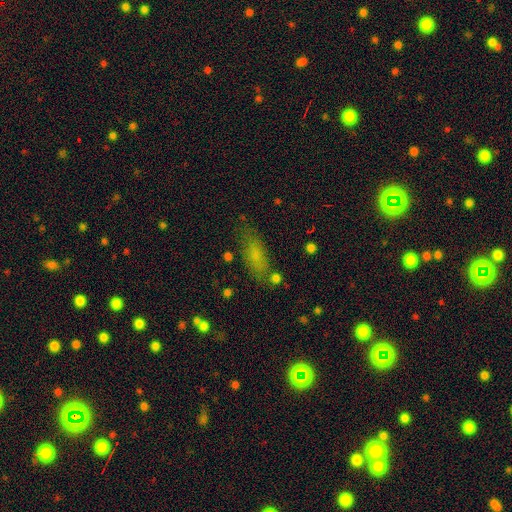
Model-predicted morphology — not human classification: Smooth or featured? Predicted: smooth (p=0.70). How rounded? Predicted: in between (p=0.65). Merging? Predicted: none (p=0.71).